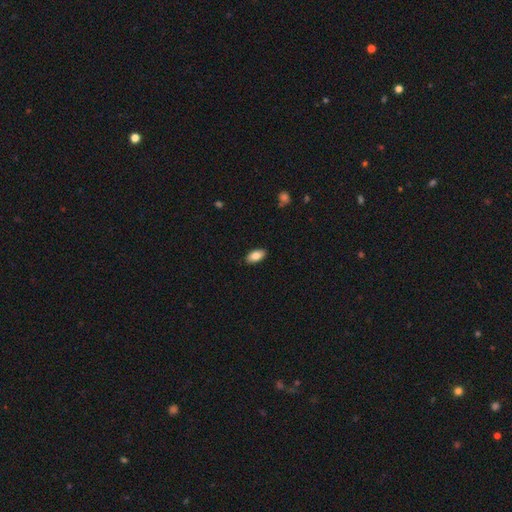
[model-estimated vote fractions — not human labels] A smooth galaxy with no disk features (84%) that is in between round and cigar-shaped (93%). Merging: none (89%).